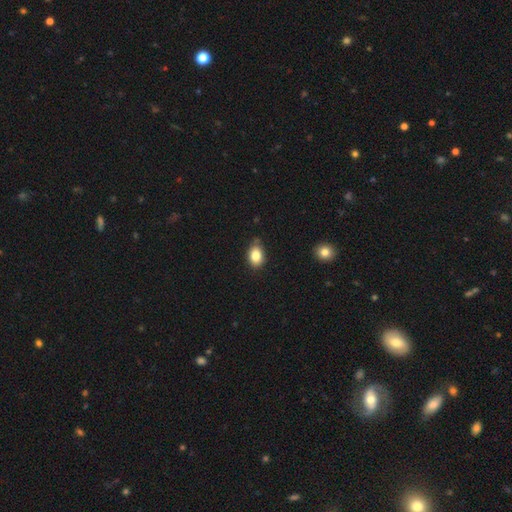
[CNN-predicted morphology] A smooth galaxy with no disk features (84%) that is in between round and cigar-shaped (78%). Merging: none (77%).